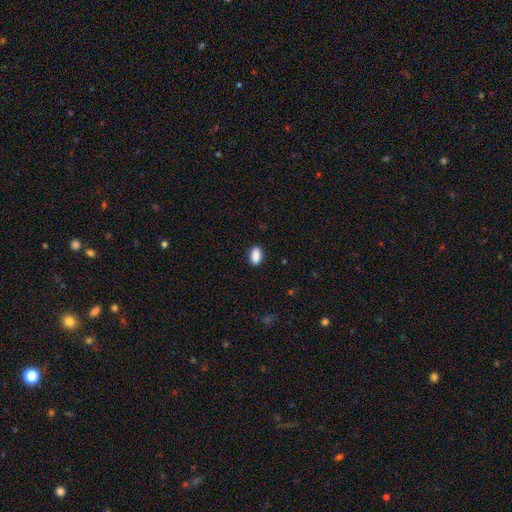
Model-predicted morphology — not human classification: Smooth or featured?
  - smooth: 89% *
  - star or artifact: 8%
  - featured or disk: 3%
How rounded?
  - in between: 91% *
  - round: 7%
  - cigar-shaped: 3%
Merging?
  - none: 88% *
  - minor disturbance: 9%
  - major disturbance: 2%
  - merger: 1%